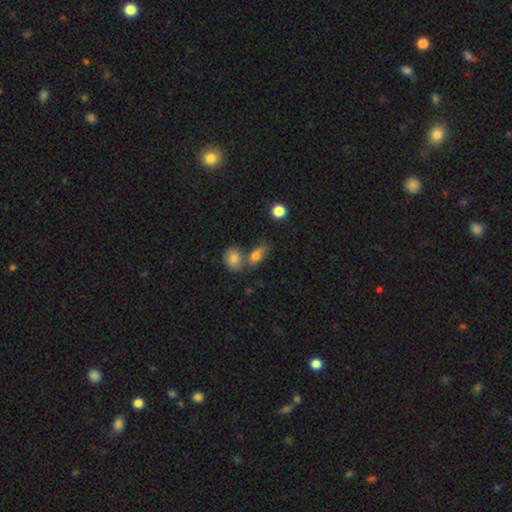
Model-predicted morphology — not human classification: smooth_or_featured: smooth (p=0.78) [alt: featured or disk p=0.12]
how_rounded: in between (p=0.79) [alt: round p=0.14]
merging: none (p=0.44) [alt: merger p=0.39]